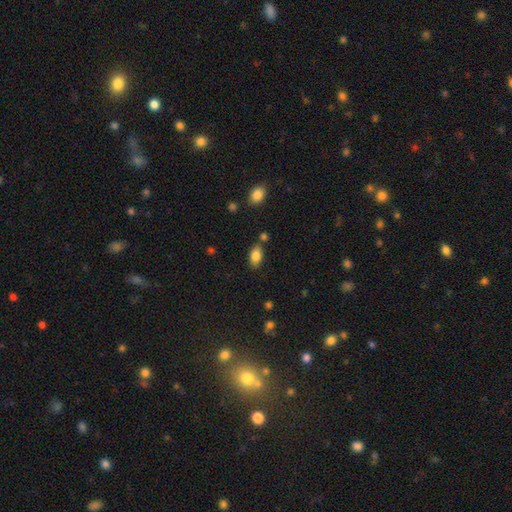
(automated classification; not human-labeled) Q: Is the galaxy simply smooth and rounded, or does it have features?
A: smooth — 84%.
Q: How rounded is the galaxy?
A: in between — 91%.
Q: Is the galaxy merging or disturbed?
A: none — 77%.